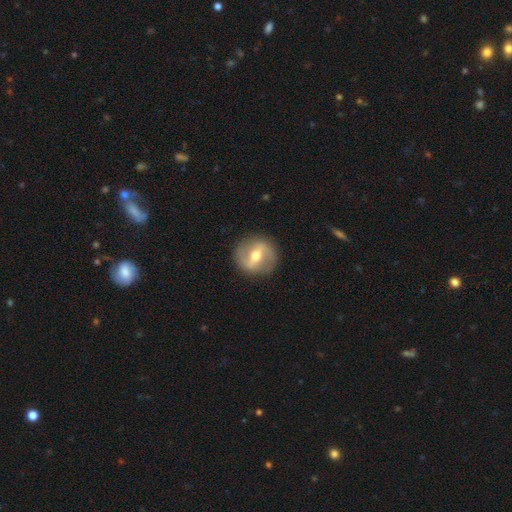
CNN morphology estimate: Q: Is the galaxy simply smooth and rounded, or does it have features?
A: featured or disk — 67%.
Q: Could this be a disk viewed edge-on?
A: no — 93%.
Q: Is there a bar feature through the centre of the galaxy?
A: strong — 48%.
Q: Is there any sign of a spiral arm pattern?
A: yes — 62%.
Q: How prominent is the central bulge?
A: moderate — 73%.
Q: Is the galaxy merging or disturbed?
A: none — 88%.